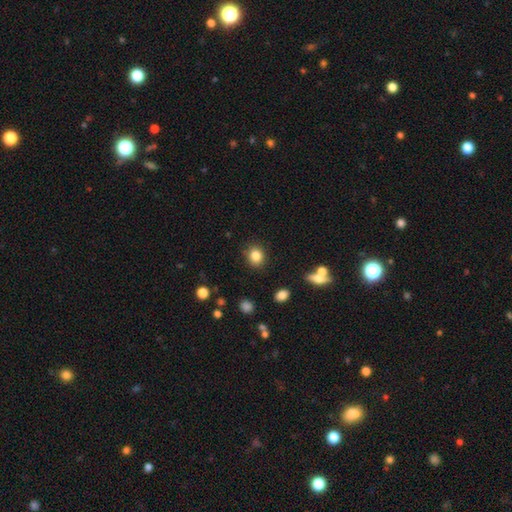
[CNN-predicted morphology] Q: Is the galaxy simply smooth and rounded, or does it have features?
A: smooth — 84%.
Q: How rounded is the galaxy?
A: round — 77%.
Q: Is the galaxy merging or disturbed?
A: none — 88%.